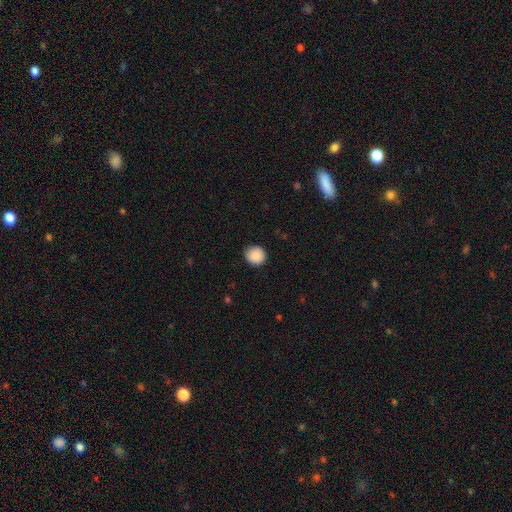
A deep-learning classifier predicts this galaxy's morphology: smooth_or_featured: smooth (p=0.89) [alt: star or artifact p=0.08]
how_rounded: round (p=0.93) [alt: in between p=0.06]
merging: none (p=0.91) [alt: minor disturbance p=0.06]